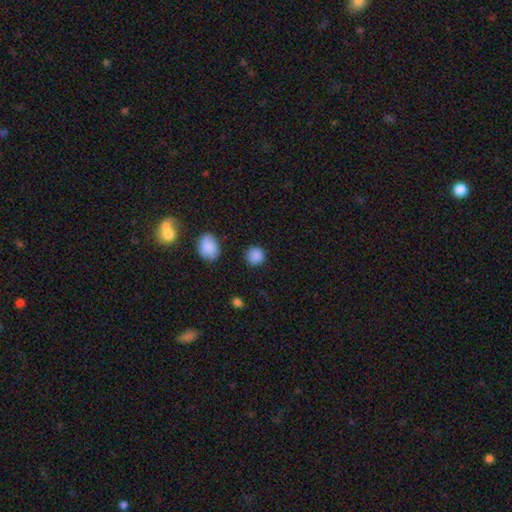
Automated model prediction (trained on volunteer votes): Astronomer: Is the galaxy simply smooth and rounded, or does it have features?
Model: smooth — 87%.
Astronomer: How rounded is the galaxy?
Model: round — 90%.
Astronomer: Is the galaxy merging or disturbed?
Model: none — 87%.